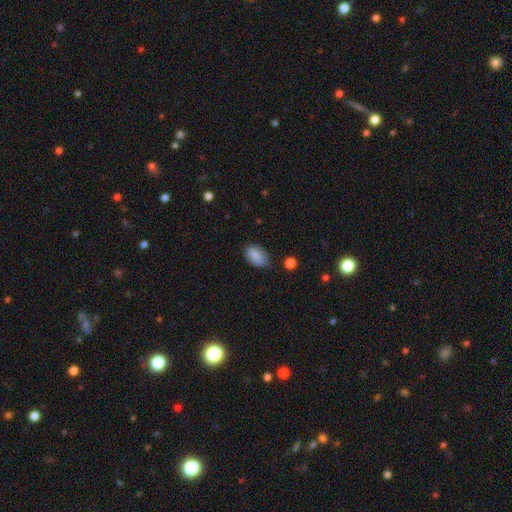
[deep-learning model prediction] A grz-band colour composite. It shows a smooth galaxy with no disk features (83%) that is in between round and cigar-shaped (92%). Merging: none (72%).